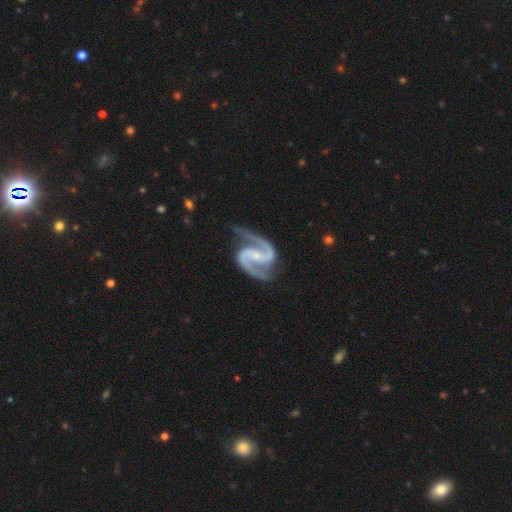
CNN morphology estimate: This appears to be a featured or disk galaxy (95%) with a weak bar (37%, tied with strong), 2 (95%) medium (65%) spiral arms (99%) and a small central bulge (67%). Merging: none (75%).